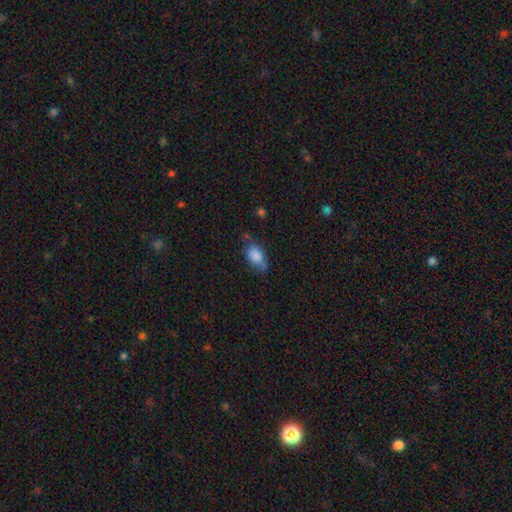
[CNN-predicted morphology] A smooth galaxy with no disk features (82%) that is in between round and cigar-shaped (90%).

Vote fractions:
- Smooth or featured? smooth: 82% / featured or disk: 10% / star or artifact: 7%
- How rounded? in between: 90% / round: 6% / cigar-shaped: 4%
- Merging? none: 58% / minor disturbance: 30% / major disturbance: 8% / merger: 4%